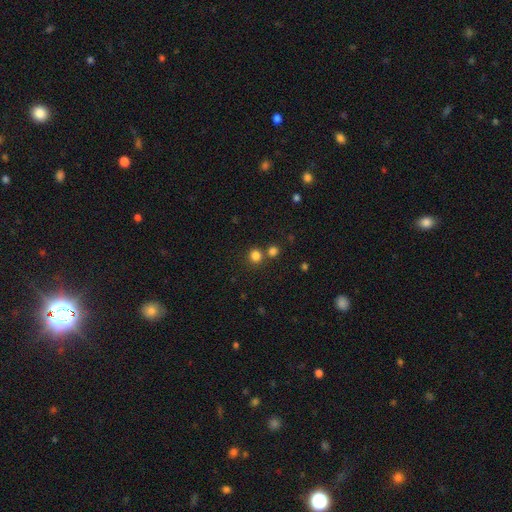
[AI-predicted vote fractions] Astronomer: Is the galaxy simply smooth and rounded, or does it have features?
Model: smooth — 80%.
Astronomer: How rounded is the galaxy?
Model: round — 86%.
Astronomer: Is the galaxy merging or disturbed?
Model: none — 69%.